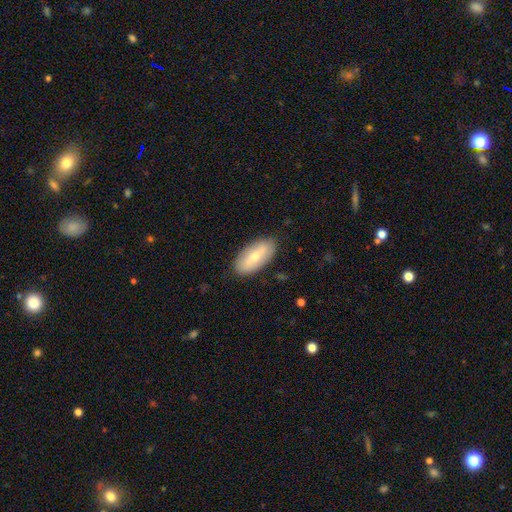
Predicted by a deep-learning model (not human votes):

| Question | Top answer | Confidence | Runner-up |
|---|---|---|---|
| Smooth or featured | smooth | 61% | featured or disk (33%) |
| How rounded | in between | 89% | cigar-shaped (9%) |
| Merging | none | 87% | minor disturbance (10%) |